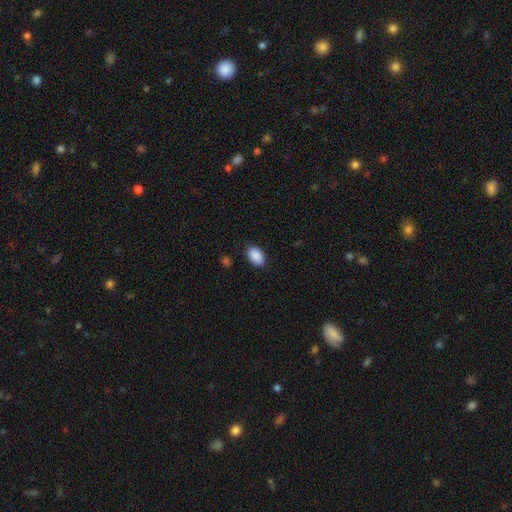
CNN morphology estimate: This appears to be a smooth galaxy with no disk features (90%) that is in between round and cigar-shaped (88%). Merging: none (86%).